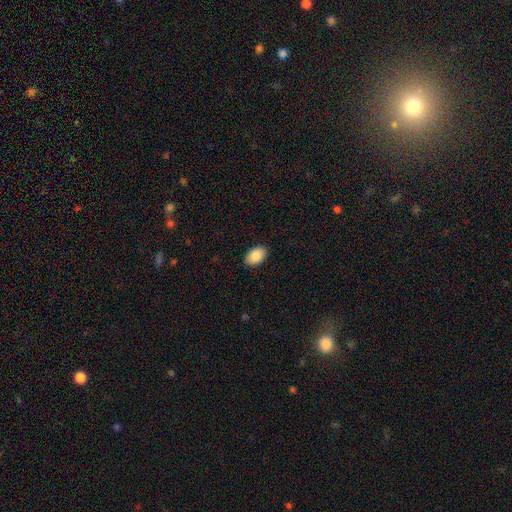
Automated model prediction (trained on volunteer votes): Smooth or featured? smooth (88%)
How rounded? in between (90%)
Merging? none (90%)